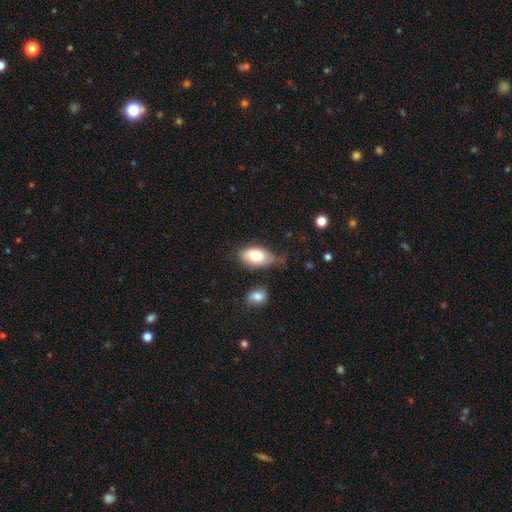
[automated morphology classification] The model was most divided on "merging": none: 47%, minor disturbance: 35%, major disturbance: 11%, merger: 6%. More confident: how rounded — in between (93%); smooth or featured — smooth (82%).